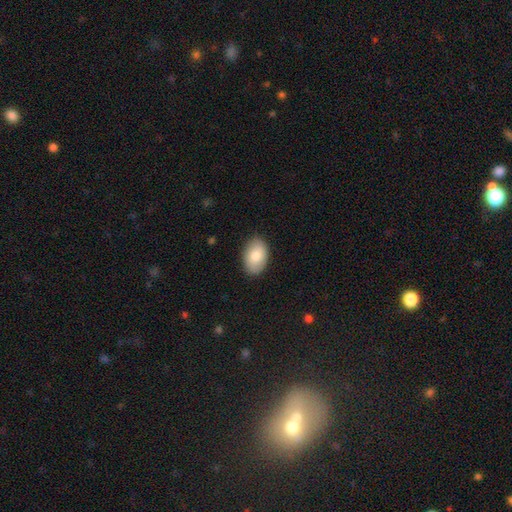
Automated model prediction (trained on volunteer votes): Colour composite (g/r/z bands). It shows a smooth galaxy with no disk features (81%) that is in between round and cigar-shaped (89%). Merging: none (88%).